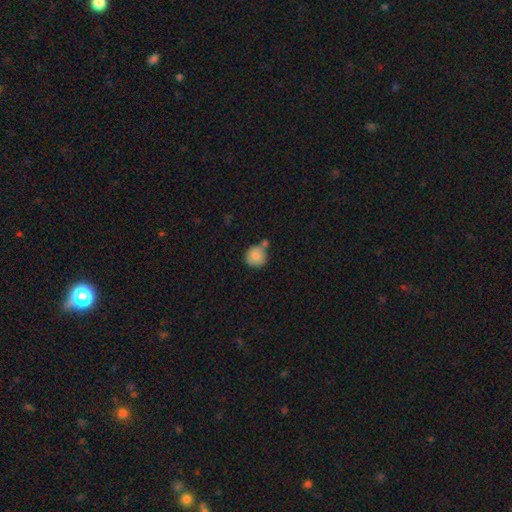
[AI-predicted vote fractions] Smooth or featured? smooth (85%)
How rounded? round (90%)
Merging? none (63%)